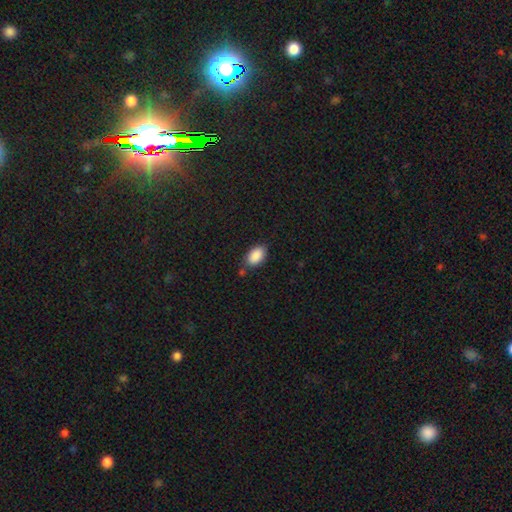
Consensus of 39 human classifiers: Morphology: type=smooth (95%); roundness=in between (97%); merging=none (68%).